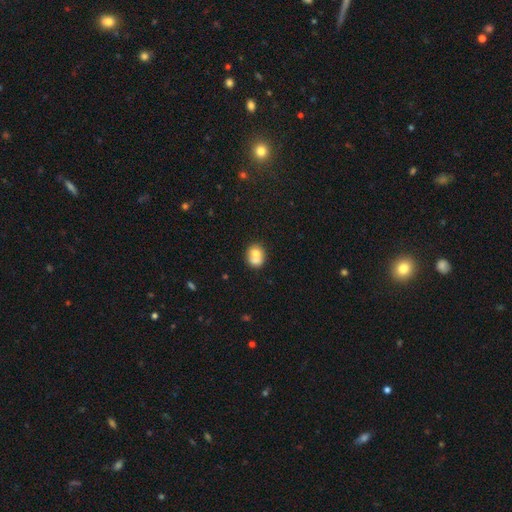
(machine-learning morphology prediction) This appears to be a smooth galaxy with no disk features (69%) that is round (65%). Merging: merger (52%).